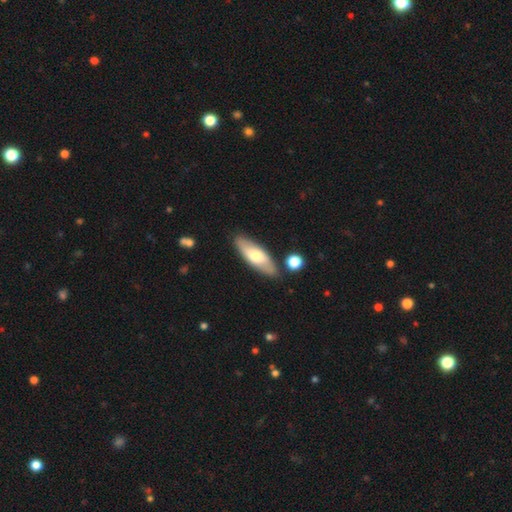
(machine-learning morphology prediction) This is likely a smooth galaxy (60%). How rounded: possibly in between (58%). Merging: clearly none (82%).